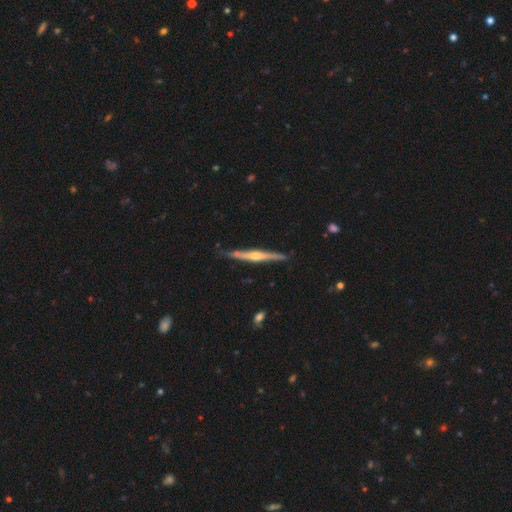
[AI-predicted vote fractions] A featured or disk galaxy (76%) viewed edge-on (98%) with a rounded central bulge (83%).

Vote fractions:
- Smooth or featured? featured or disk: 76% / smooth: 19% / star or artifact: 5%
- Edge-on disk? yes: 98% / no: 2%
- Edge-on bulge? rounded: 83% / none: 10% / boxy: 8%
- Merging? none: 83% / minor disturbance: 13% / merger: 2% / major disturbance: 2%